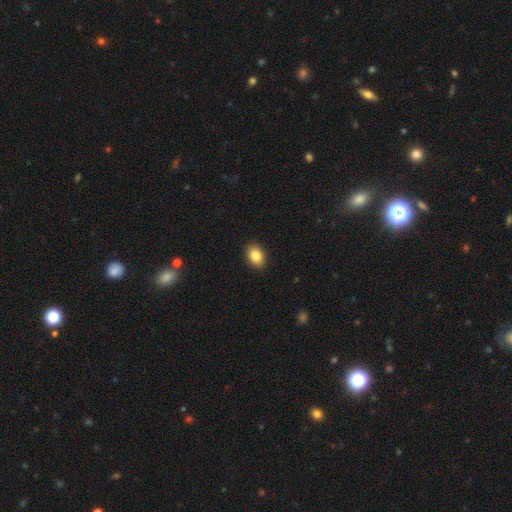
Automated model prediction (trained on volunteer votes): Smooth or featured? Predicted: smooth (p=0.86). How rounded? Predicted: in between (p=0.73). Merging? Predicted: none (p=0.90).